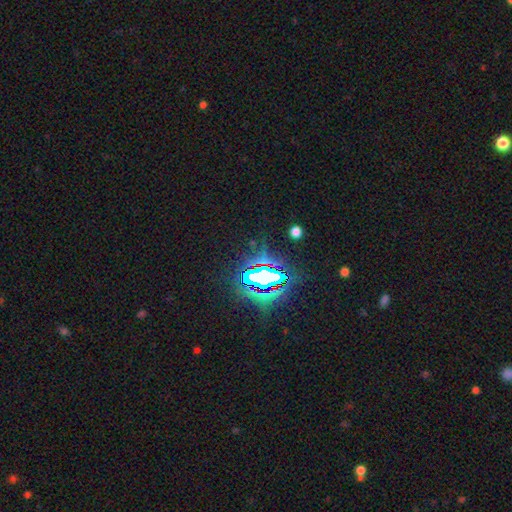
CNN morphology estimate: This is clearly a star or artifact rather than a galaxy (83%).